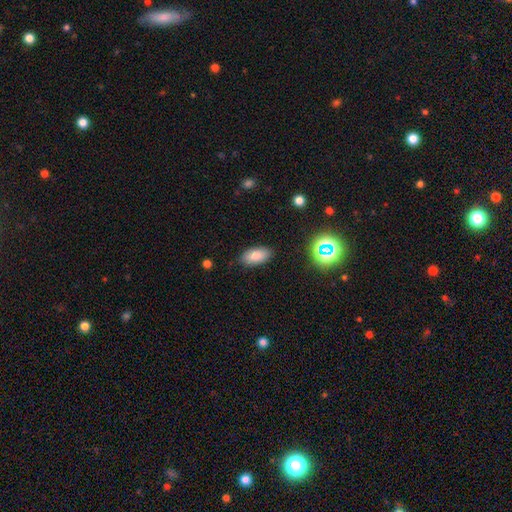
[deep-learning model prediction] Smooth or featured: smooth — 84% (star or artifact — 10%)
How rounded: in between — 91% (cigar-shaped — 6%)
Merging: none — 85% (minor disturbance — 11%)